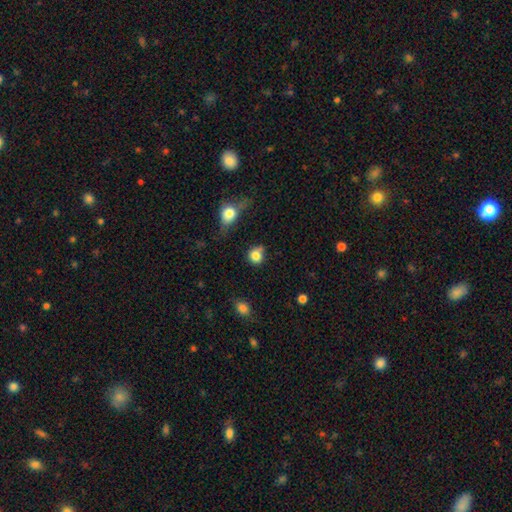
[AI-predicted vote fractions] A smooth galaxy with no disk features (82%) that is round (84%).

Vote fractions:
- Smooth or featured? smooth: 82% / star or artifact: 11% / featured or disk: 7%
- How rounded? round: 84% / in between: 15% / cigar-shaped: 1%
- Merging? none: 57% / minor disturbance: 23% / merger: 12% / major disturbance: 7%